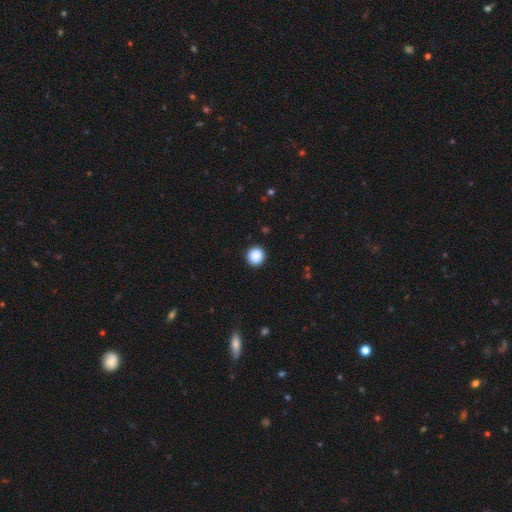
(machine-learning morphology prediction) smooth-or-featured: smooth: 89% | star or artifact: 9% | featured or disk: 2%
  how-rounded: round: 90% | in between: 9% | cigar-shaped: 1%
  merging: none: 92% | minor disturbance: 5% | major disturbance: 2% | merger: 1%